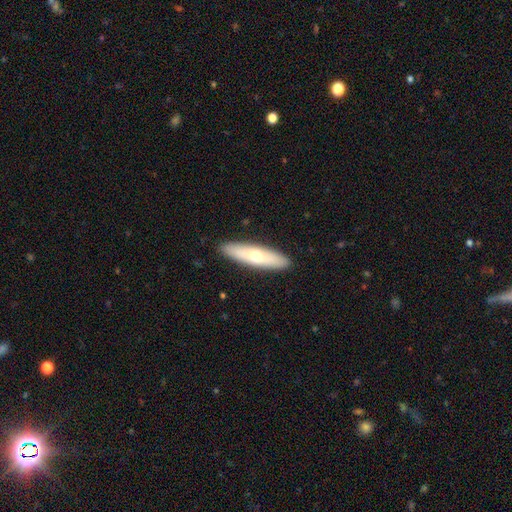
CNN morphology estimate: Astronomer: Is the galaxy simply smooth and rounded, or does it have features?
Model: smooth — 58% (runner-up: featured or disk, 37%).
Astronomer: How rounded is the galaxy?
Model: cigar-shaped — 70%.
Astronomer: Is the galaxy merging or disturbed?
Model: none — 90%.